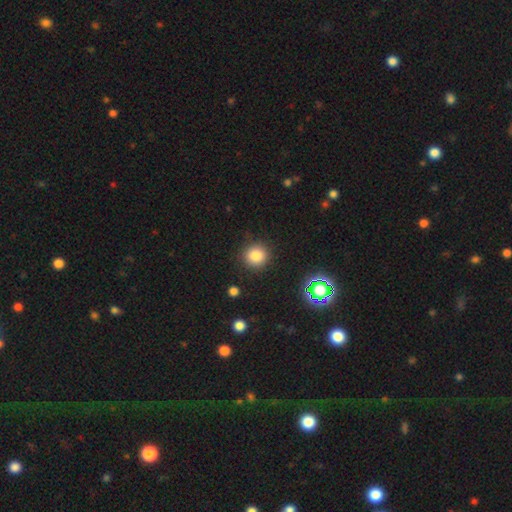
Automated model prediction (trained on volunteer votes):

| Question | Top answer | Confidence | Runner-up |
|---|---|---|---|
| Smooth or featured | smooth | 81% | star or artifact (13%) |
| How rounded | round | 92% | in between (7%) |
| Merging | none | 89% | minor disturbance (7%) |